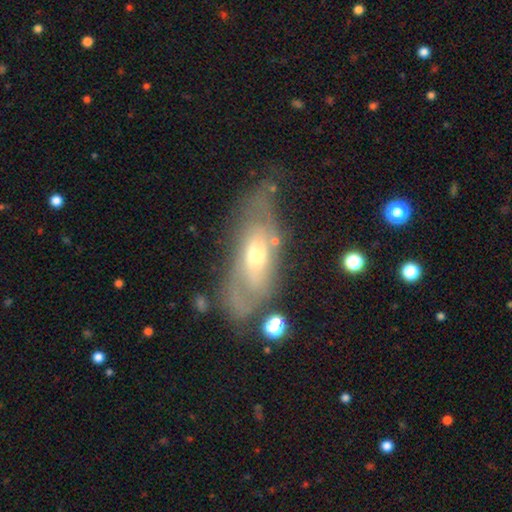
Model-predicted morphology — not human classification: featured or disk 62%, smooth 31%, star or artifact 8%. Down the decision tree: edge-on disk — no (80%); merging — none (54%).